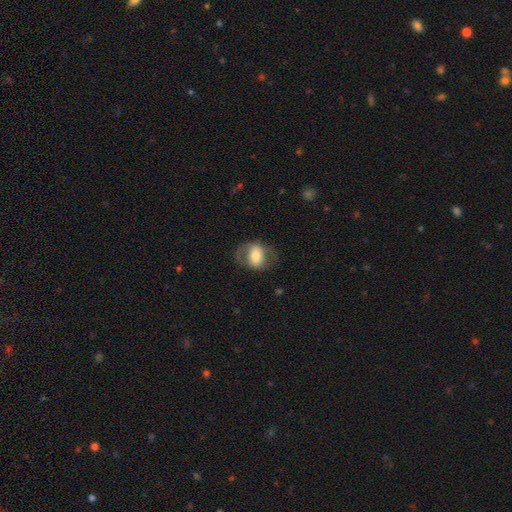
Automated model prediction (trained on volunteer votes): Smooth or featured?
  - smooth: 50% *
  - featured or disk: 43%
  - star or artifact: 7%
How rounded?
  - in between: 67% *
  - round: 31%
  - cigar-shaped: 2%
Merging?
  - none: 62% *
  - minor disturbance: 19%
  - major disturbance: 17%
  - merger: 1%